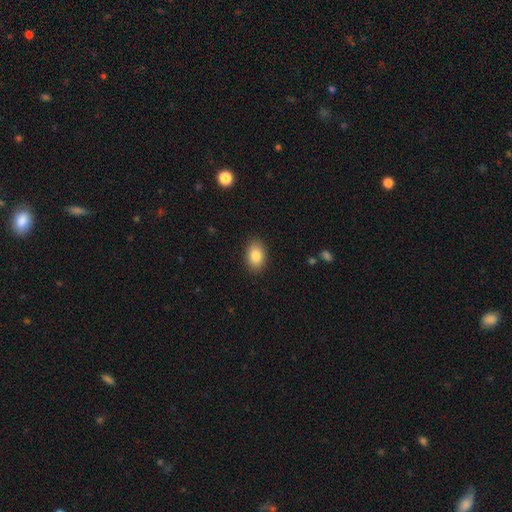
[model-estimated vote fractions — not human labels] Smooth or featured?
  - smooth: 85% *
  - star or artifact: 8%
  - featured or disk: 7%
How rounded?
  - in between: 84% *
  - round: 14%
  - cigar-shaped: 1%
Merging?
  - none: 89% *
  - minor disturbance: 8%
  - major disturbance: 2%
  - merger: 1%